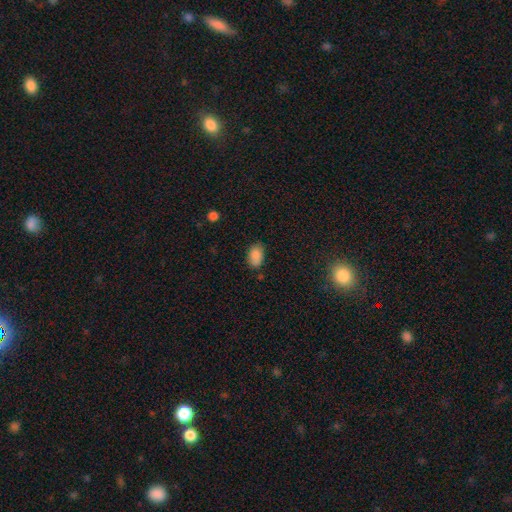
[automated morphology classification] This appears to be a smooth galaxy with no disk features (85%) that is in between round and cigar-shaped (90%). Merging: none (71%).